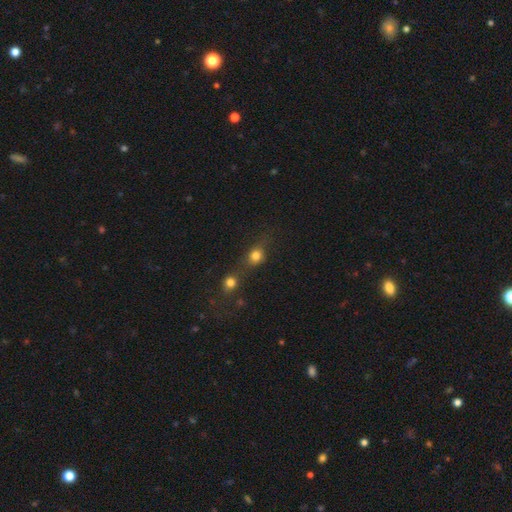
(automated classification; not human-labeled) The model was most divided on "merging": none: 45%, merger: 38%, minor disturbance: 10%, major disturbance: 7%. More confident: smooth or featured — smooth (76%); how rounded — round (75%).